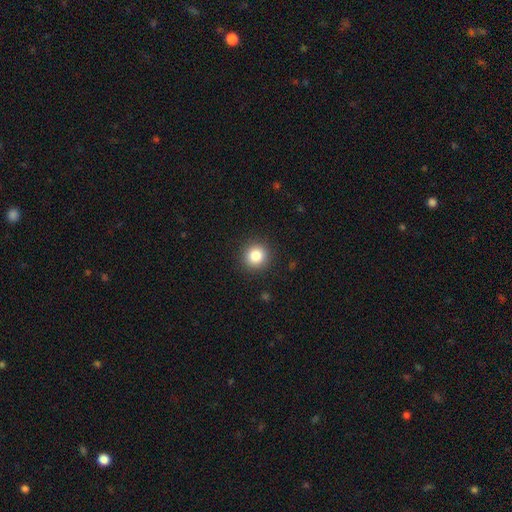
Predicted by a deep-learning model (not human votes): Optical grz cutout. It shows a smooth galaxy with no disk features (84%) that is round (92%). Merging: none (91%).